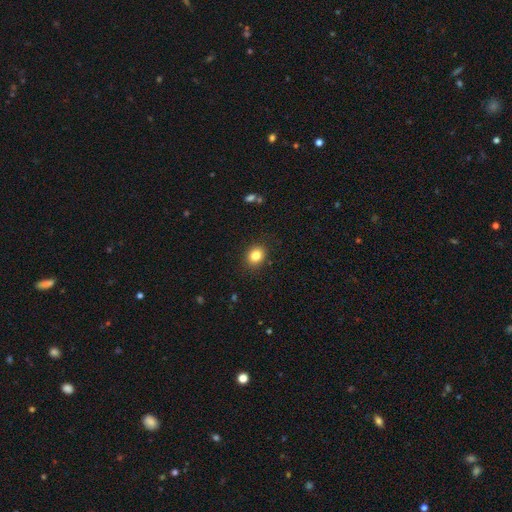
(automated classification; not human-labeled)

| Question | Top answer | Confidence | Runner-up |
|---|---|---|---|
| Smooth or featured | smooth | 83% | star or artifact (10%) |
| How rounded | round | 62% | in between (37%) |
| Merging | none | 88% | minor disturbance (8%) |